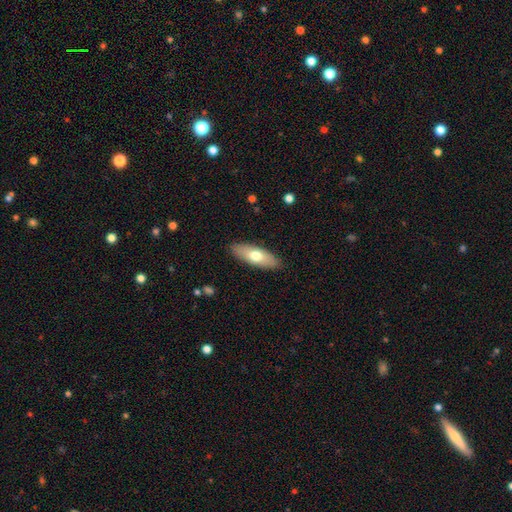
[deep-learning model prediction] smooth-or-featured: smooth: 68% | featured or disk: 27% | star or artifact: 5%
  how-rounded: in between: 68% | cigar-shaped: 30% | round: 2%
  merging: none: 88% | minor disturbance: 9% | major disturbance: 2% | merger: 1%